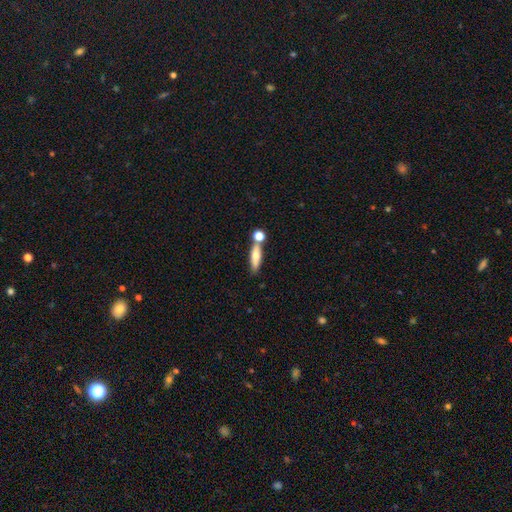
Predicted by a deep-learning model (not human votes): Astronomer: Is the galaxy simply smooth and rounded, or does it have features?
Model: smooth — 69%.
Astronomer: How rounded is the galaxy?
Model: cigar-shaped — 53% (runner-up: in between, 42%).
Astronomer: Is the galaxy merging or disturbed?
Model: none — 58%.